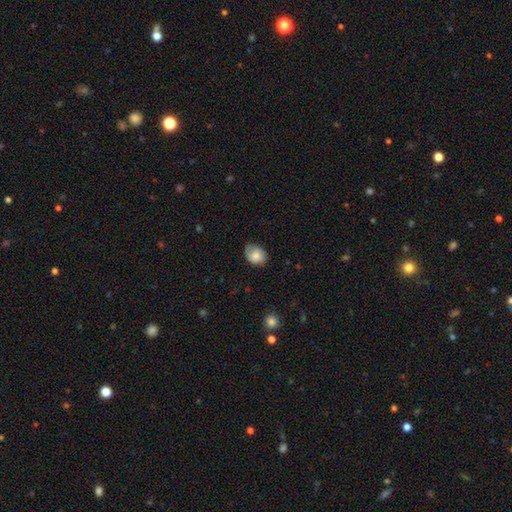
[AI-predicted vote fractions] smooth_or_featured: smooth (p=0.77) [alt: featured or disk p=0.15]
how_rounded: in between (p=0.55) [alt: round p=0.44]
merging: none (p=0.65) [alt: minor disturbance p=0.28]